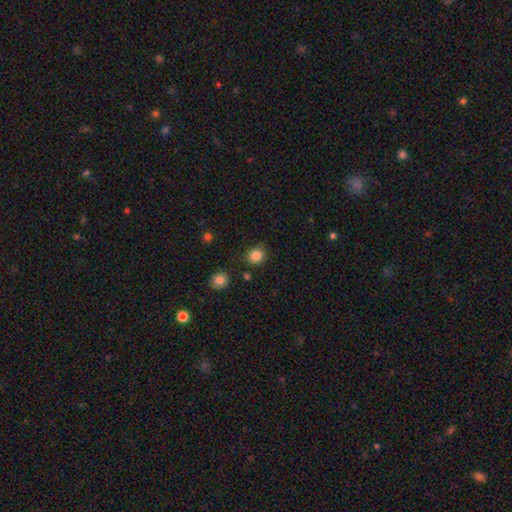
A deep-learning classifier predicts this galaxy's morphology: smooth-or-featured: smooth: 85% | star or artifact: 11% | featured or disk: 4%
  how-rounded: round: 82% | in between: 17% | cigar-shaped: 1%
  merging: none: 83% | minor disturbance: 11% | merger: 3% | major disturbance: 3%